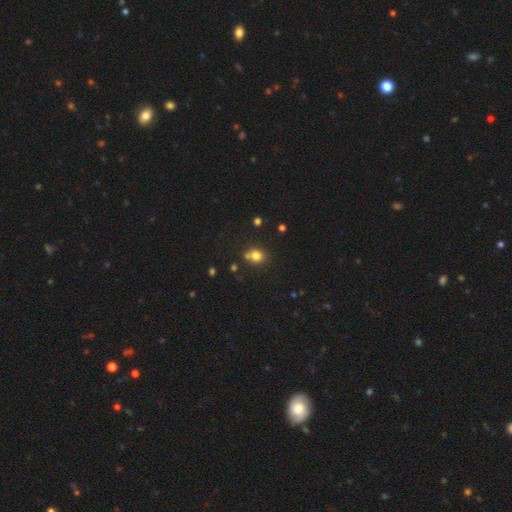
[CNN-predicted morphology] Smooth or featured?
  - smooth: 76% *
  - star or artifact: 15%
  - featured or disk: 9%
How rounded?
  - round: 75% *
  - in between: 24%
  - cigar-shaped: 1%
Merging?
  - none: 61% *
  - merger: 25%
  - minor disturbance: 11%
  - major disturbance: 4%